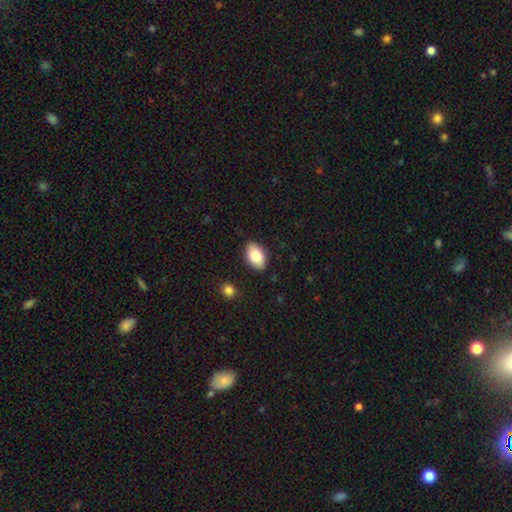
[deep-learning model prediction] Q: Smooth or featured?
A: smooth (82%); runner-up: featured or disk (11%)
Q: How rounded?
A: in between (91%); runner-up: round (7%)
Q: Merging?
A: none (87%); runner-up: minor disturbance (9%)